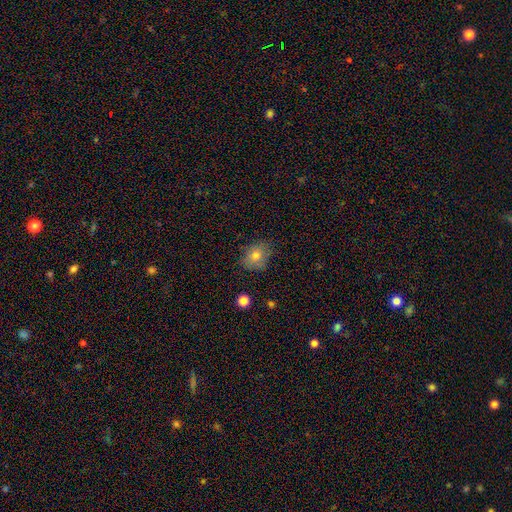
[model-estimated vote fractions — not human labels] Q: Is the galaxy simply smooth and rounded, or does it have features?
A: smooth — 78%.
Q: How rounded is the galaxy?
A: round — 56%.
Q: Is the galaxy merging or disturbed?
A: none — 75%.